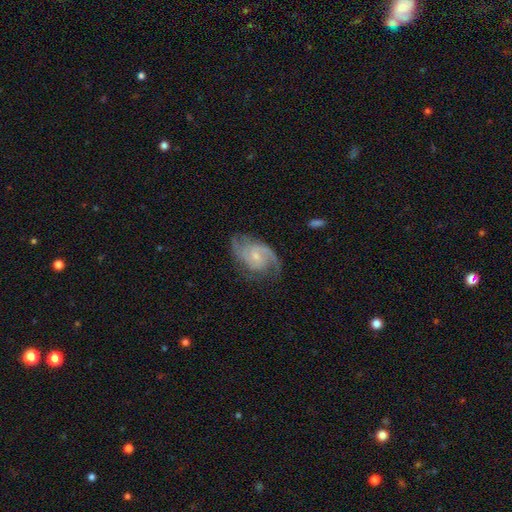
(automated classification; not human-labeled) Smooth or featured?
  - featured or disk: 85% *
  - smooth: 10%
  - star or artifact: 5%
Edge-on disk?
  - no: 97% *
  - yes: 3%
Bar?
  - no: 49% *
  - weak: 44%
  - strong: 7%
Spiral arms?
  - yes: 96% *
  - no: 4%
Spiral winding?
  - medium: 51% *
  - tight: 29%
  - loose: 20%
Spiral arm count?
  - 2: 67% *
  - can't tell: 11%
  - 3: 11%
  - 1: 6%
  - 4: 3%
  - more than 4: 3%
Bulge size?
  - small: 64% *
  - moderate: 30%
  - none: 4%
  - large: 2%
  - dominant: 1%
Merging?
  - none: 69% *
  - minor disturbance: 20%
  - major disturbance: 10%
  - merger: 1%